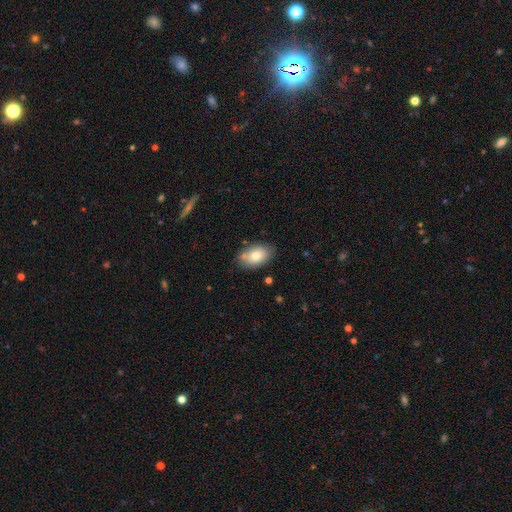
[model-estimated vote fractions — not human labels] smooth_or_featured: smooth (p=0.77) [alt: featured or disk p=0.15]
how_rounded: in between (p=0.89) [alt: round p=0.10]
merging: none (p=0.76) [alt: minor disturbance p=0.15]